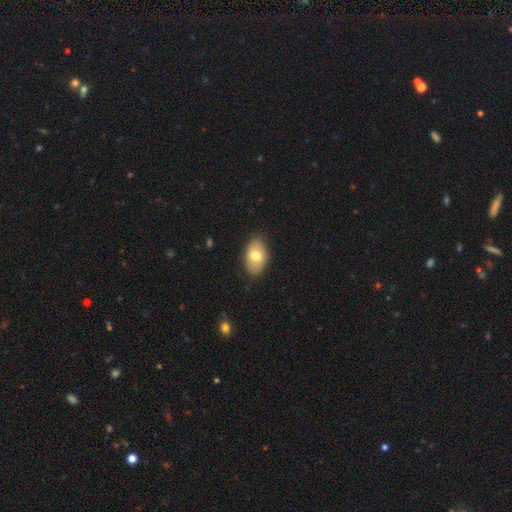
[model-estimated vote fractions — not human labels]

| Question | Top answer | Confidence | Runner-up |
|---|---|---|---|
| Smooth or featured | smooth | 75% | featured or disk (19%) |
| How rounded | in between | 91% | round (7%) |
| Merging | none | 84% | minor disturbance (13%) |